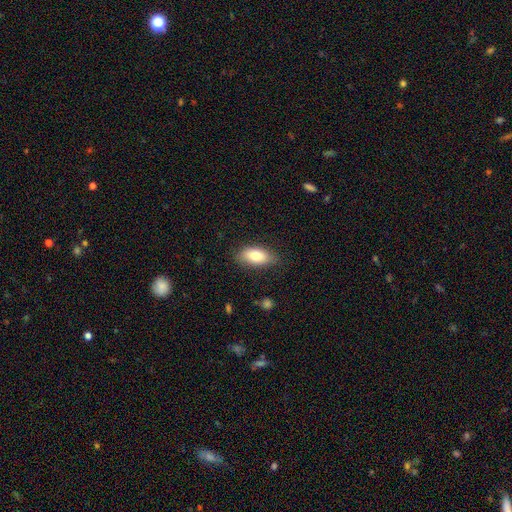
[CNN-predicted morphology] This is likely a smooth galaxy (79%). How rounded: clearly in between (88%). Merging: clearly none (82%).